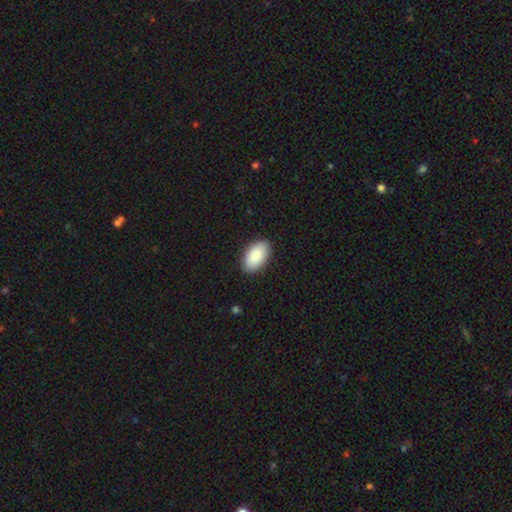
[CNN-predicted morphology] This is clearly a smooth galaxy (89%). How rounded: clearly in between (96%). Merging: clearly none (89%).